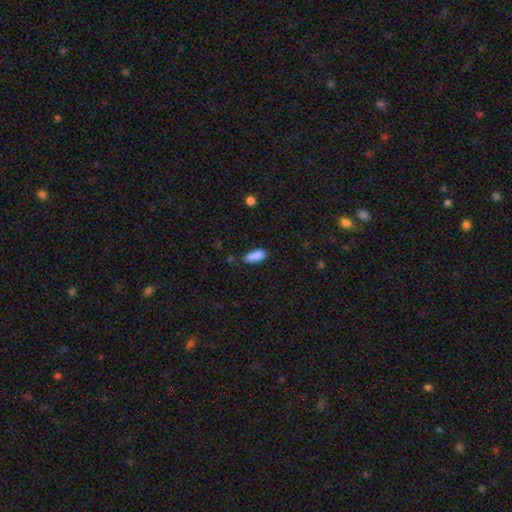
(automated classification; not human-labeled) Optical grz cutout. It shows a smooth galaxy with no disk features (87%) that is in between round and cigar-shaped (68%). Merging: none (71%).